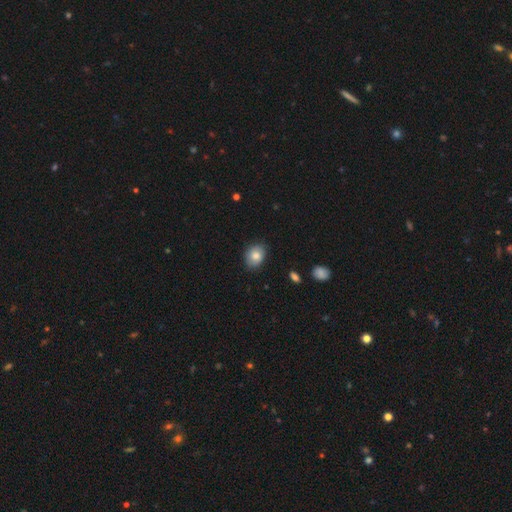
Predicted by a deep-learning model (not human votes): smooth-or-featured: smooth: 83% | featured or disk: 9% | star or artifact: 8%
  how-rounded: in between: 60% | round: 39% | cigar-shaped: 1%
  merging: none: 82% | minor disturbance: 14% | major disturbance: 2% | merger: 1%